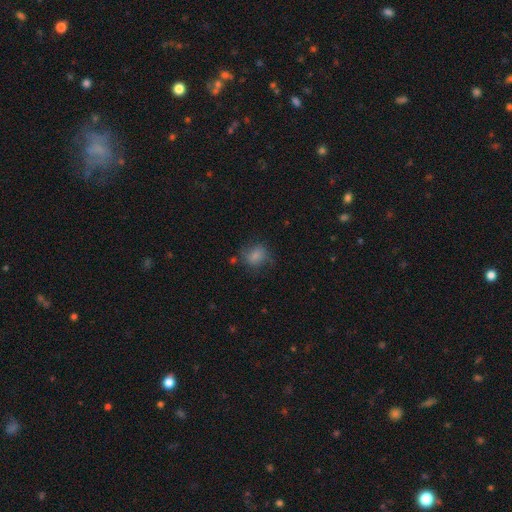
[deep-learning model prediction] smooth_or_featured: smooth (p=0.75) [alt: featured or disk p=0.14]
how_rounded: round (p=0.54) [alt: in between p=0.44]
merging: none (p=0.64) [alt: minor disturbance p=0.23]